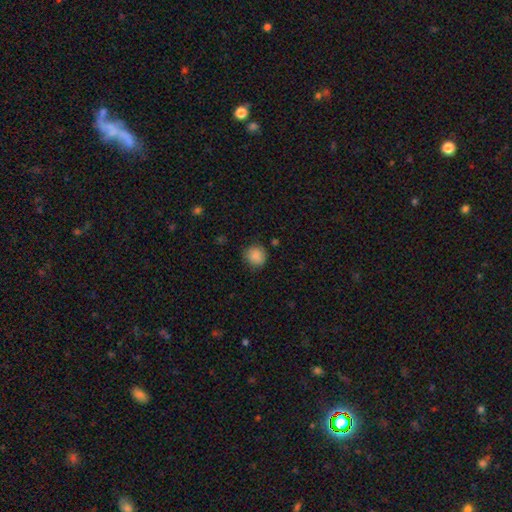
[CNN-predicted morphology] Smooth or featured? Predicted: smooth (p=0.87). How rounded? Predicted: round (p=0.87). Merging? Predicted: none (p=0.81).